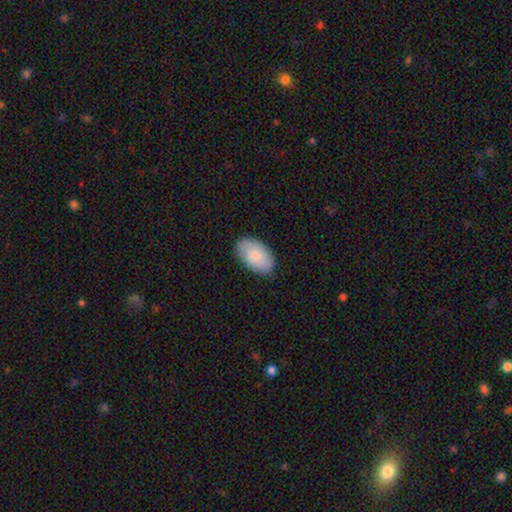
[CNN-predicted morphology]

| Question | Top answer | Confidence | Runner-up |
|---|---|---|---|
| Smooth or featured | smooth | 77% | featured or disk (17%) |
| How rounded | in between | 94% | round (5%) |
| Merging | none | 83% | minor disturbance (13%) |